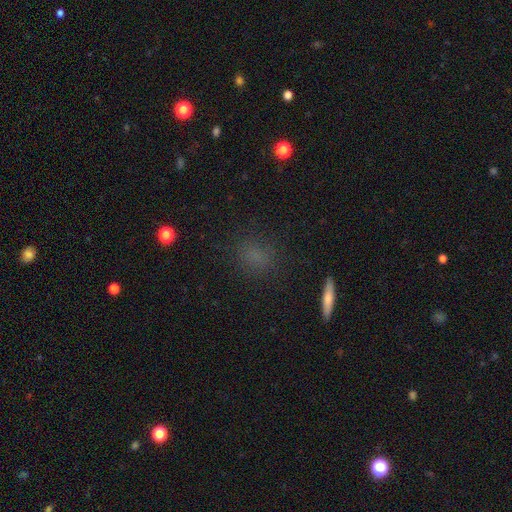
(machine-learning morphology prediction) Smooth or featured: smooth — 71% (star or artifact — 20%)
How rounded: round — 55% (in between — 38%)
Merging: none — 84% (minor disturbance — 11%)